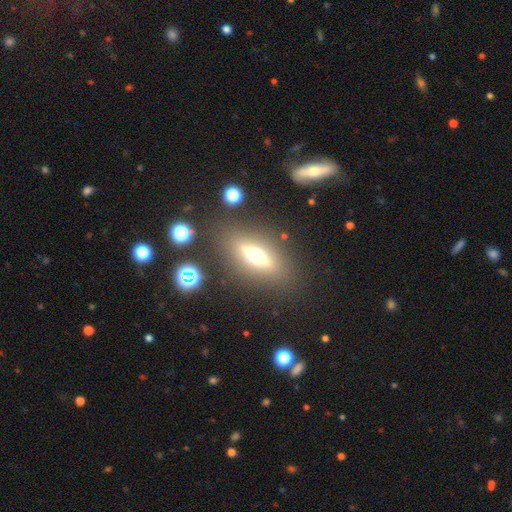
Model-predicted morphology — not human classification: Smooth or featured? featured or disk (55%)
Edge-on disk? yes (84%)
Merging? none (84%)